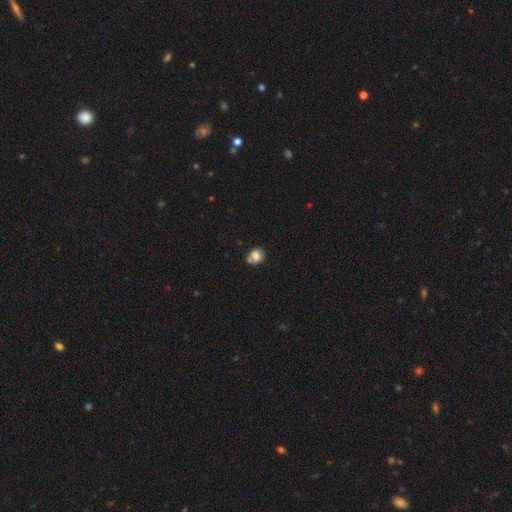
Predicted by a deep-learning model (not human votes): Smooth or featured?
  - smooth: 69% *
  - featured or disk: 22%
  - star or artifact: 9%
How rounded?
  - in between: 56% *
  - round: 43%
  - cigar-shaped: 1%
Merging?
  - none: 64% *
  - minor disturbance: 25%
  - major disturbance: 6%
  - merger: 5%